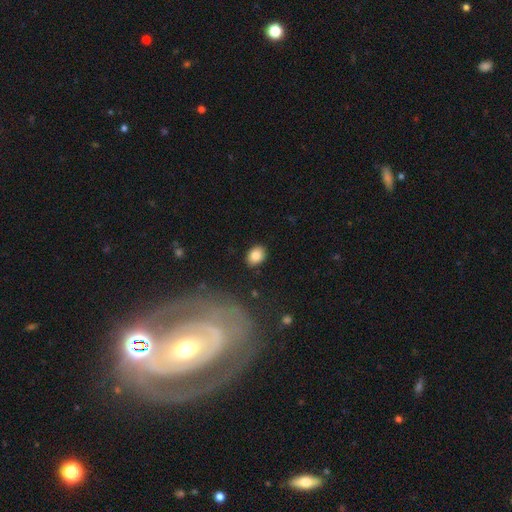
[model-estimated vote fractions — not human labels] smooth_or_featured: smooth (p=0.83) [alt: star or artifact p=0.09]
how_rounded: in between (p=0.64) [alt: round p=0.35]
merging: none (p=0.88) [alt: minor disturbance p=0.09]